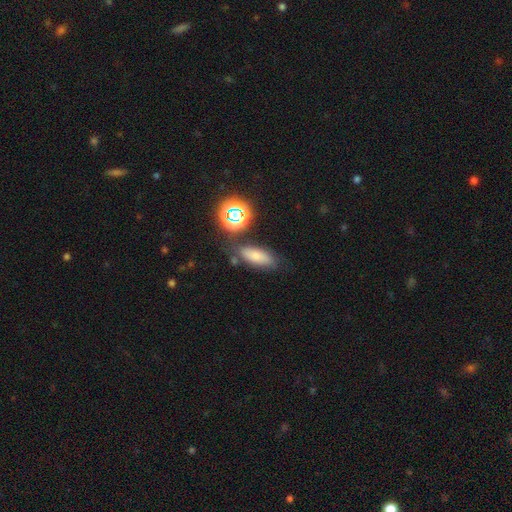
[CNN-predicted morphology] smooth_or_featured: smooth (p=0.69) [alt: star or artifact p=0.18]
how_rounded: in between (p=0.73) [alt: cigar-shaped p=0.20]
merging: none (p=0.71) [alt: minor disturbance p=0.15]